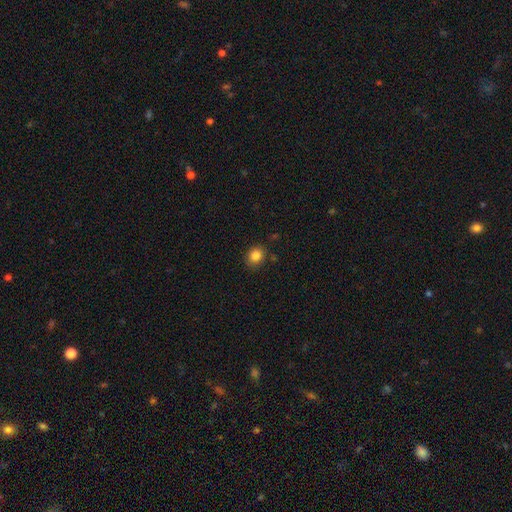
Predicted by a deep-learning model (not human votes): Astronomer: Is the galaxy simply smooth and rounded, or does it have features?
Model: smooth — 84%.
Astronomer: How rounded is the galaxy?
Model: round — 65%.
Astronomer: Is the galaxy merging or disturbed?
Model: none — 85%.